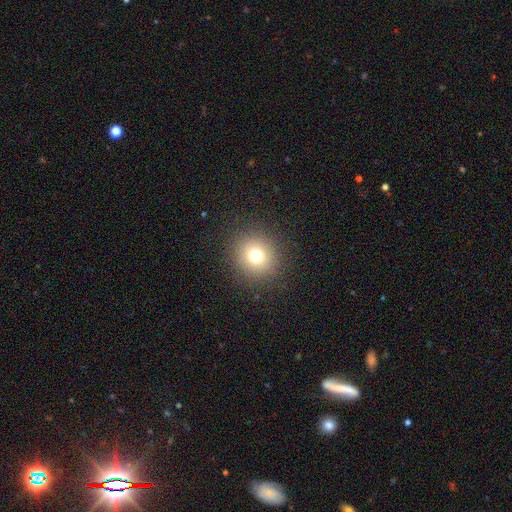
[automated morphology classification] A smooth galaxy with no disk features (74%) that is round (90%).

Vote fractions:
- Smooth or featured? smooth: 74% / star or artifact: 15% / featured or disk: 10%
- How rounded? round: 90% / in between: 9% / cigar-shaped: 1%
- Merging? none: 89% / minor disturbance: 6% / major disturbance: 3% / merger: 1%